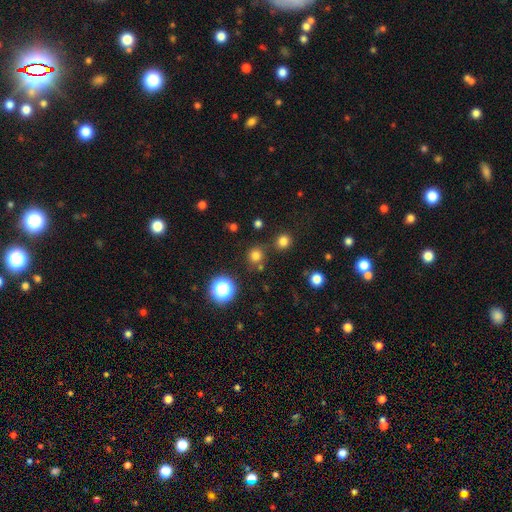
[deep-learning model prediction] smooth_or_featured: smooth (p=0.73) [alt: star or artifact p=0.22]
how_rounded: round (p=0.91) [alt: in between p=0.08]
merging: none (p=0.77) [alt: merger p=0.10]